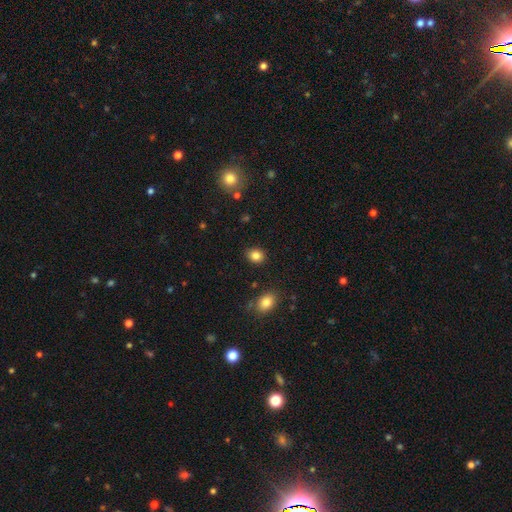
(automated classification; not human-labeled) A smooth galaxy with no disk features (85%) that is round (55%).

Vote fractions:
- Smooth or featured? smooth: 85% / star or artifact: 10% / featured or disk: 5%
- How rounded? round: 55% / in between: 44% / cigar-shaped: 1%
- Merging? none: 87% / minor disturbance: 9% / major disturbance: 3% / merger: 2%